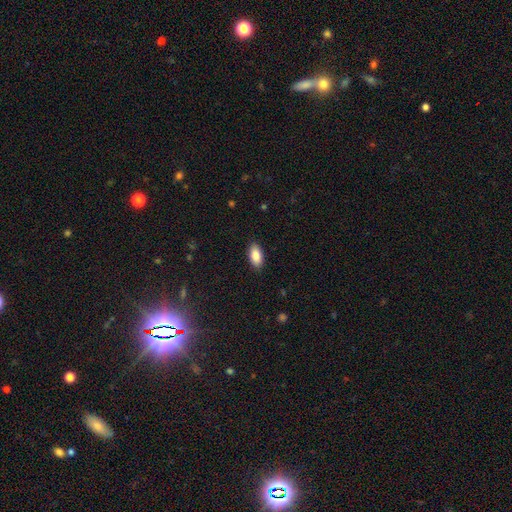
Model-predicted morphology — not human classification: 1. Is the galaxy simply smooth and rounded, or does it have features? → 88% smooth, 7% star or artifact, 5% featured or disk.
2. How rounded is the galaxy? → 92% in between, 6% cigar-shaped, 3% round.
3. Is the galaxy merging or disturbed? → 88% none, 9% minor disturbance, 2% major disturbance, 1% merger.